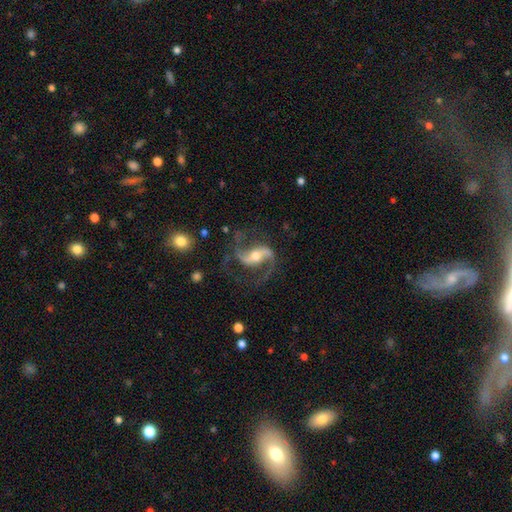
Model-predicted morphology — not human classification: Overall: featured or disk (91%). Edge-on disk: no (97%). Bar: strong (50%; weak 32%). Spiral arms: yes (98%). Spiral arm count: 2 (93%). Spiral winding: medium (48%; loose 43%). Bulge size: moderate (57%; small 36%). Merging: none (72%).